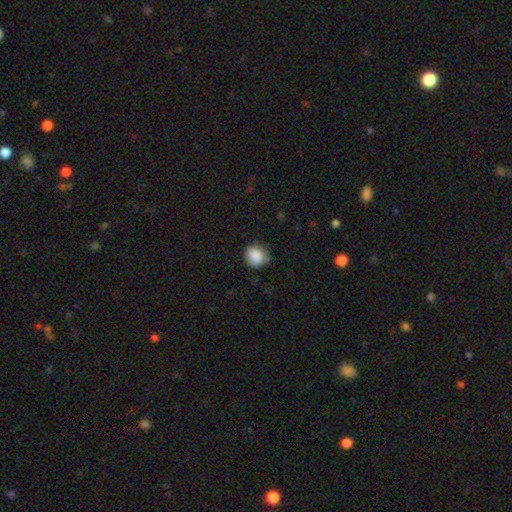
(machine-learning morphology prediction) Overall: smooth (87%). How rounded: round (86%). Merging: none (69%).